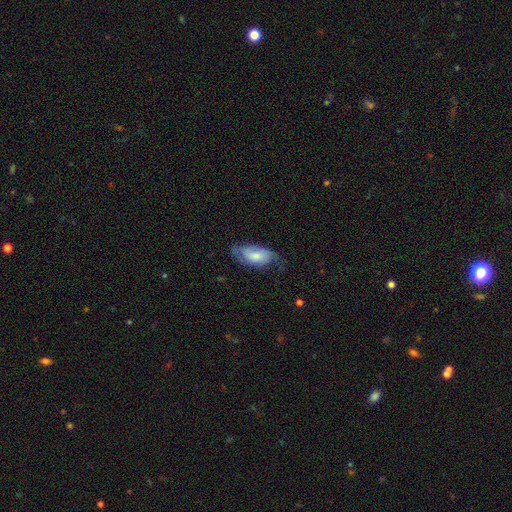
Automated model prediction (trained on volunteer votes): Smooth or featured? Predicted: smooth (p=0.56). How rounded? Predicted: in between (p=0.91). Merging? Predicted: none (p=0.44).